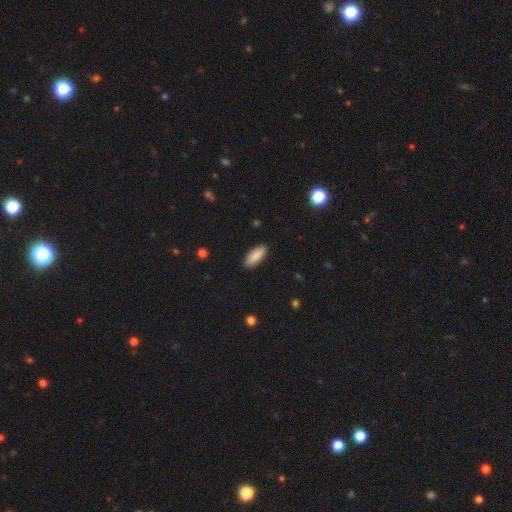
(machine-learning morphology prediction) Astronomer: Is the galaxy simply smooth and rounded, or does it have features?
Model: smooth — 88%.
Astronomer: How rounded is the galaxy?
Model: in between — 73%.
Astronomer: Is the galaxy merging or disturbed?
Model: none — 90%.